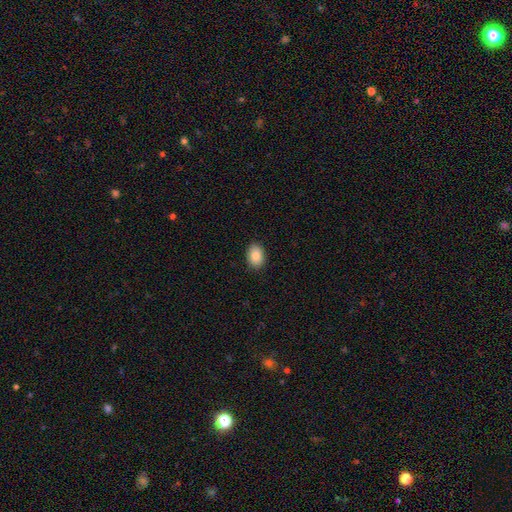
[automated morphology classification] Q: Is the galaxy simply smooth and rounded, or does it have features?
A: smooth — 85%.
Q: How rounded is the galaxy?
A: in between — 81%.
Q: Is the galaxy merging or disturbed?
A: none — 90%.